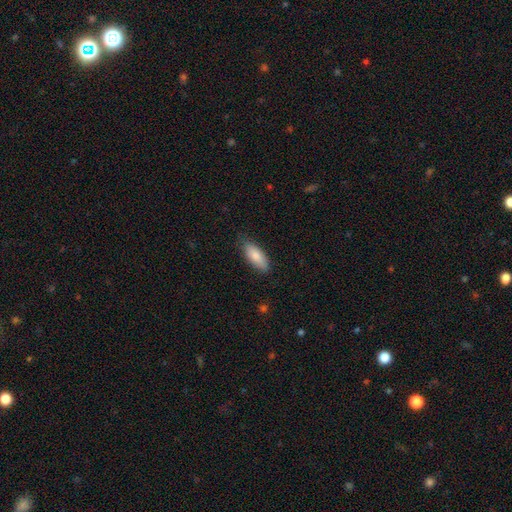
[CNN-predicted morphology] The model was most divided on "how rounded": in between: 77%, cigar-shaped: 21%, round: 2%. More confident: smooth or featured — smooth (84%); merging — none (81%).